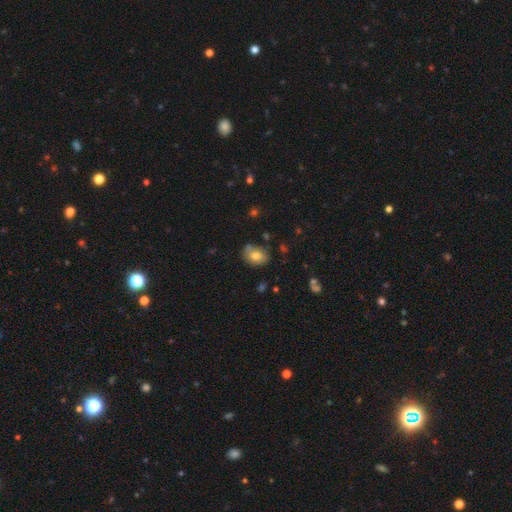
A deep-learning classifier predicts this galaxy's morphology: A smooth galaxy with no disk features (76%) that is in between round and cigar-shaped (65%). Merging: none (71%).